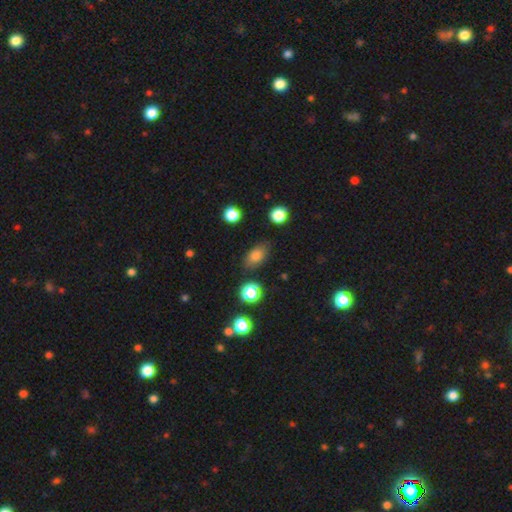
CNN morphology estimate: smooth-or-featured: smooth: 79% | star or artifact: 12% | featured or disk: 9%
  how-rounded: in between: 84% | round: 12% | cigar-shaped: 4%
  merging: none: 82% | minor disturbance: 12% | major disturbance: 3% | merger: 3%